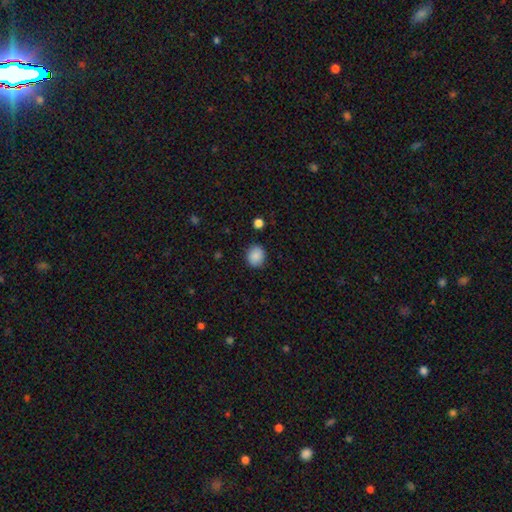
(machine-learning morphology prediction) Smooth or featured: smooth — 88% (star or artifact — 9%)
How rounded: round — 76% (in between — 23%)
Merging: none — 88% (minor disturbance — 8%)